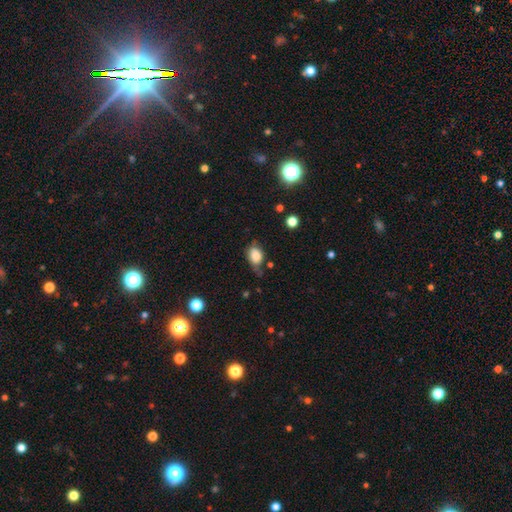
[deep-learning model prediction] This is likely a smooth galaxy (77%). How rounded: likely in between (74%). Merging: possibly none (45%).